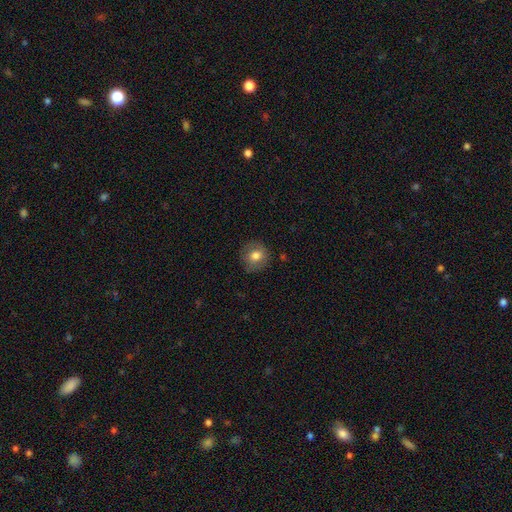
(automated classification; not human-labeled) Smooth or featured: smooth — 75% (featured or disk — 17%)
How rounded: round — 90% (in between — 9%)
Merging: none — 86% (minor disturbance — 11%)